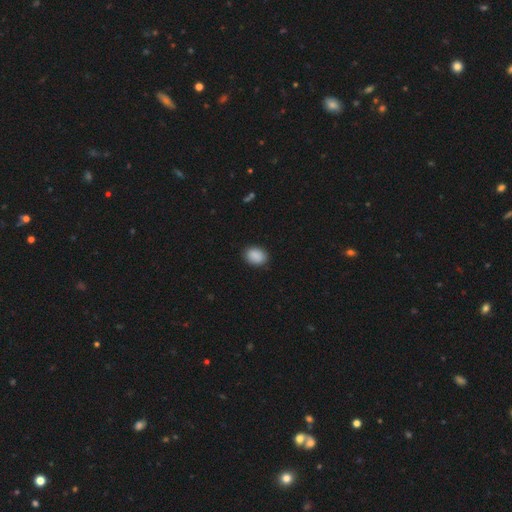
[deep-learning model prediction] Overall: smooth (89%). How rounded: in between (69%; round 30%). Merging: none (87%).